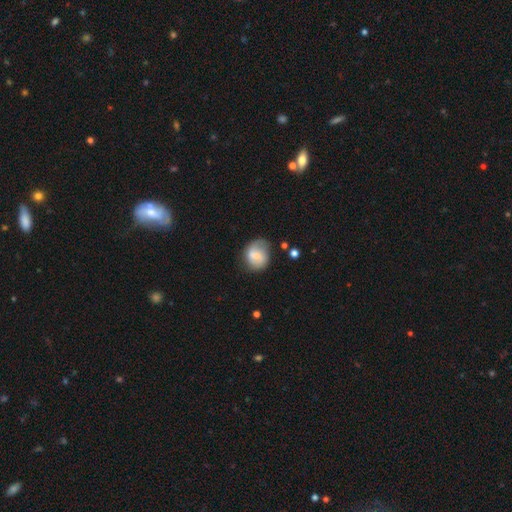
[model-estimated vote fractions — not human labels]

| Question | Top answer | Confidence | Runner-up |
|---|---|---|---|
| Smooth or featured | smooth | 55% | featured or disk (38%) |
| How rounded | round | 67% | in between (31%) |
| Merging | none | 61% | minor disturbance (26%) |